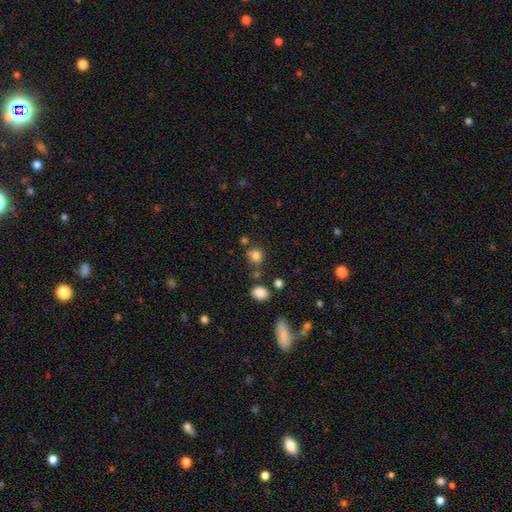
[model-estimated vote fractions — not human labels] Smooth or featured: smooth — 82% (star or artifact — 13%)
How rounded: round — 78% (in between — 21%)
Merging: none — 72% (minor disturbance — 13%)